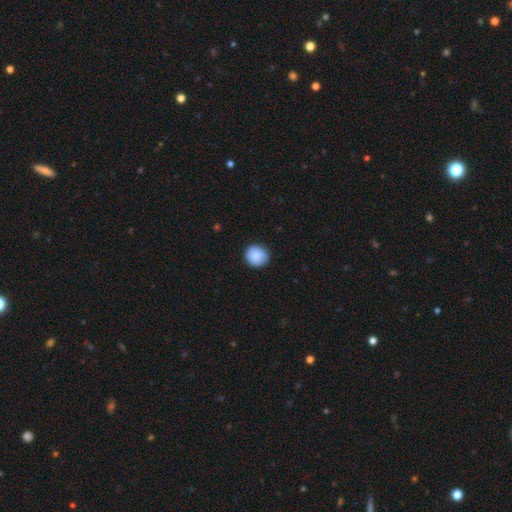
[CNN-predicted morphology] A smooth galaxy with no disk features (87%) that is round (86%).

Vote fractions:
- Smooth or featured? smooth: 87% / star or artifact: 7% / featured or disk: 6%
- How rounded? round: 86% / in between: 14% / cigar-shaped: 1%
- Merging? none: 86% / minor disturbance: 11% / major disturbance: 2% / merger: 1%